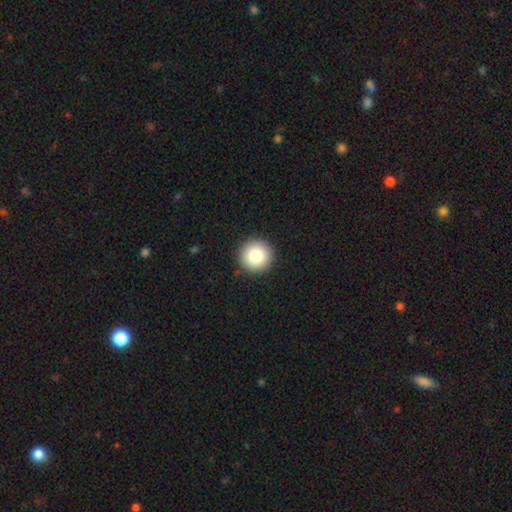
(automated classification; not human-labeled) Smooth or featured: smooth — 83% (star or artifact — 9%)
How rounded: round — 96% (in between — 3%)
Merging: none — 93% (minor disturbance — 5%)